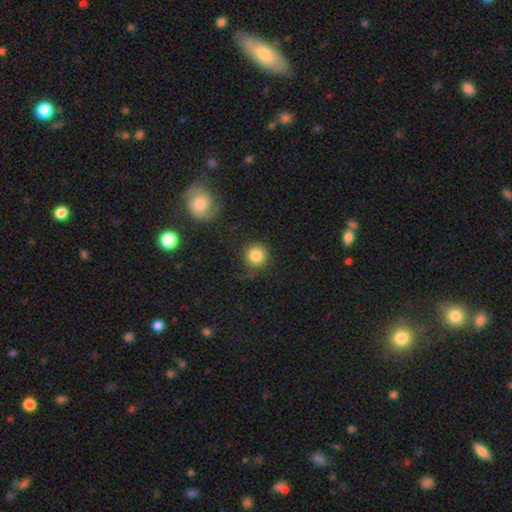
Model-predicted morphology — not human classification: type=smooth (83%); roundness=round (93%); merging=none (76%).